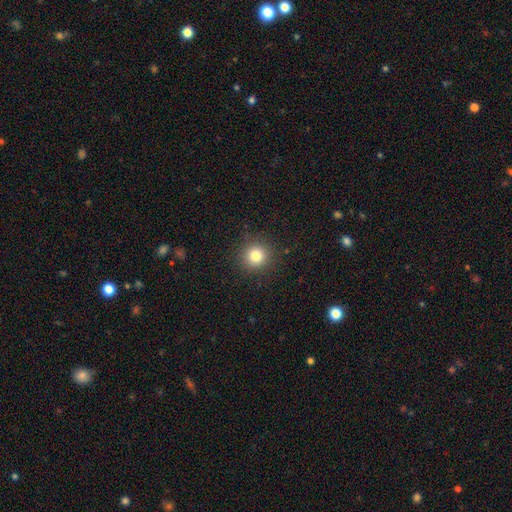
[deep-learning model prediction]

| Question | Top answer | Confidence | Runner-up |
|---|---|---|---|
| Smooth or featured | smooth | 81% | star or artifact (13%) |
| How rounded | round | 93% | in between (6%) |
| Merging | none | 90% | minor disturbance (6%) |